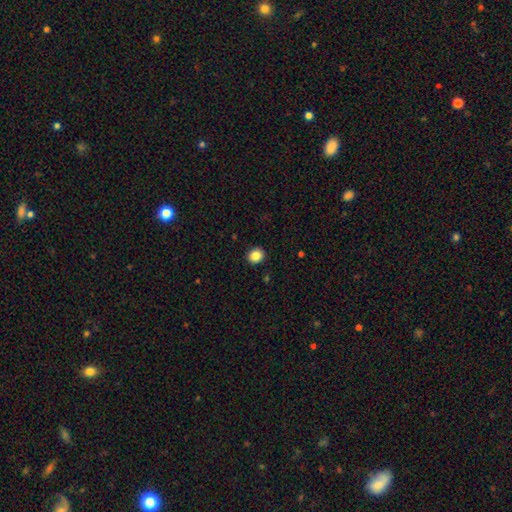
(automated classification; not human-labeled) Morphology: type=smooth (86%); roundness=round (76%); merging=none (92%).